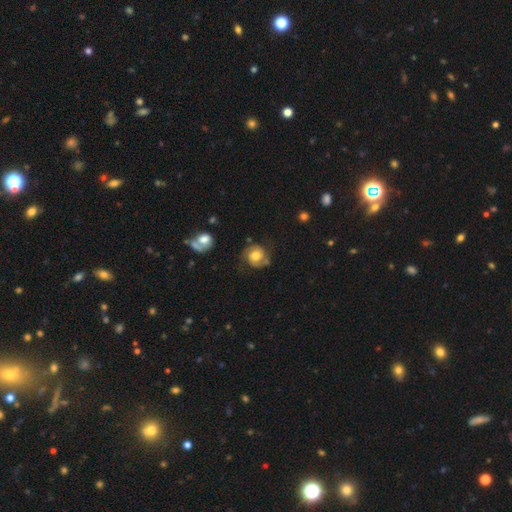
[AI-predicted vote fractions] The model was most divided on "spiral winding": medium: 43%, tight: 40%, loose: 17%. More confident: edge-on disk — no (98%); spiral arms — yes (91%); spiral arm count — 2 (85%); bar — no (72%); merging — none (69%); smooth or featured — featured or disk (65%); bulge size — moderate (57%).